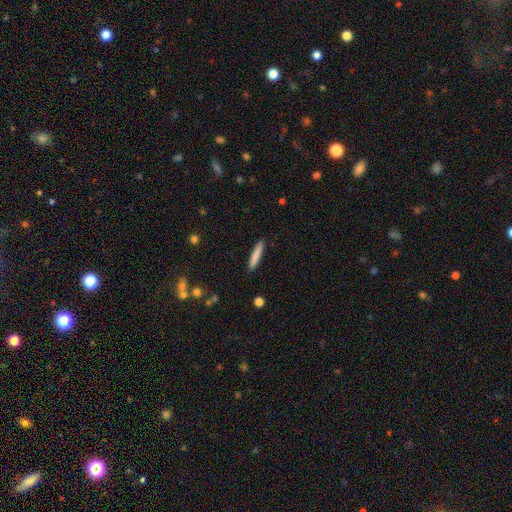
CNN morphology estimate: type=smooth (81%); roundness=cigar-shaped (93%); merging=none (90%).